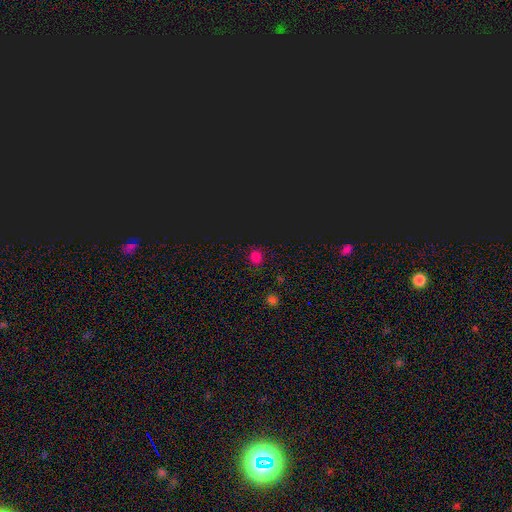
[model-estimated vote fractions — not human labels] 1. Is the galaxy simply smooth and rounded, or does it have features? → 69% smooth, 28% star or artifact, 4% featured or disk.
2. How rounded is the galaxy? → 86% round, 13% in between, 1% cigar-shaped.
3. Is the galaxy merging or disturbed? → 87% none, 8% minor disturbance, 3% major disturbance, 2% merger.